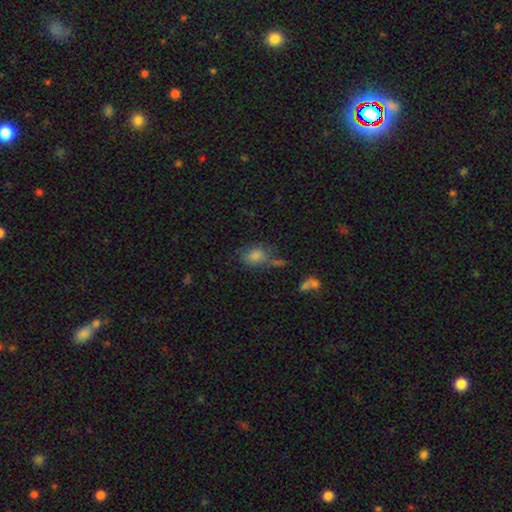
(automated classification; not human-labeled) Morphology: type=smooth (78%); roundness=in between (65%); merging=none (57%).